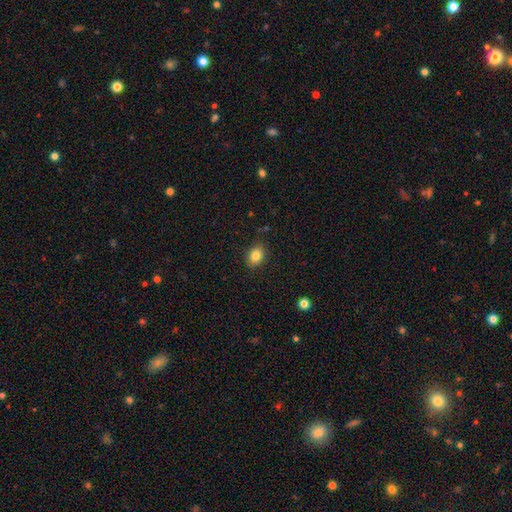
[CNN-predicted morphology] type=smooth (83%); roundness=in between (74%); merging=none (86%).